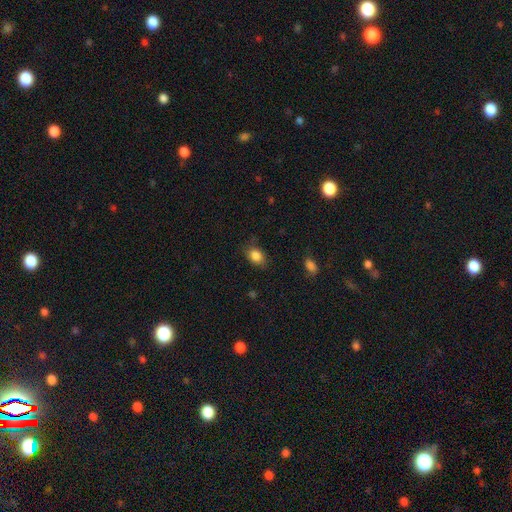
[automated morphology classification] Smooth or featured? smooth (85%)
How rounded? in between (72%)
Merging? none (76%)